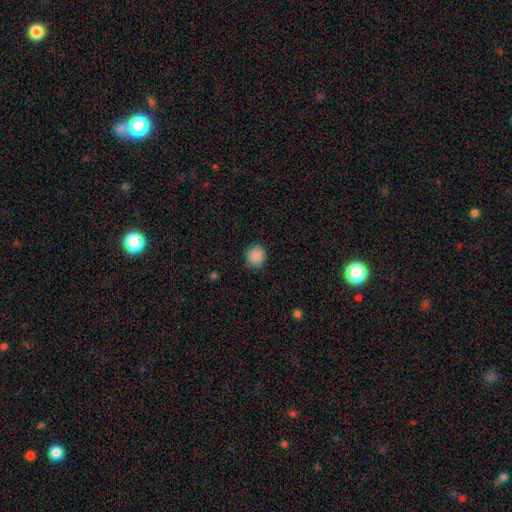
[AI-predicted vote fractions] Smooth or featured? smooth (88%)
How rounded? round (81%)
Merging? none (83%)